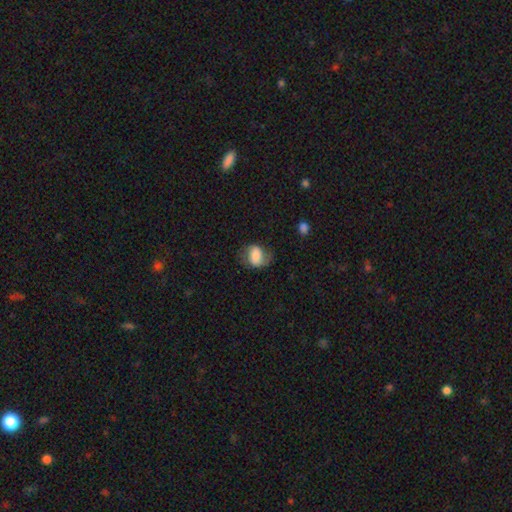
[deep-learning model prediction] Overall: smooth (64%; featured or disk 28%). How rounded: in between (65%; round 33%). Merging: none (55%; minor disturbance 28%).